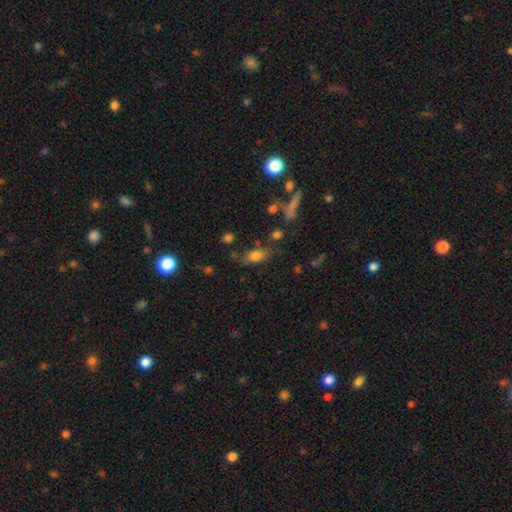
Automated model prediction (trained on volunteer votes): This is likely a smooth galaxy (73%). How rounded: likely in between (78%). Merging: likely none (60%).